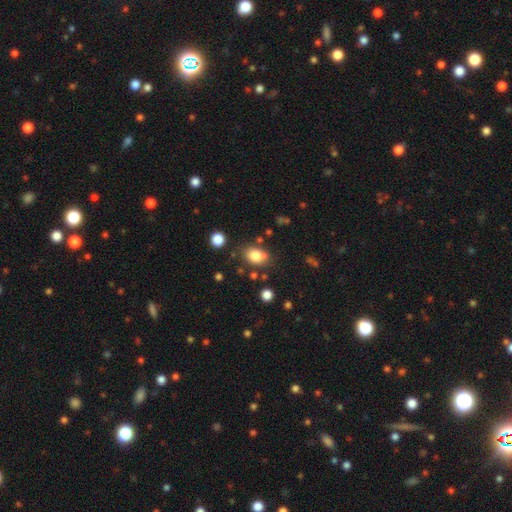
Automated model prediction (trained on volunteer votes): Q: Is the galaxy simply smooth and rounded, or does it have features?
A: smooth — 82%.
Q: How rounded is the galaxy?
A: in between — 78%.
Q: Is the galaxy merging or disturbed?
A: none — 71%.